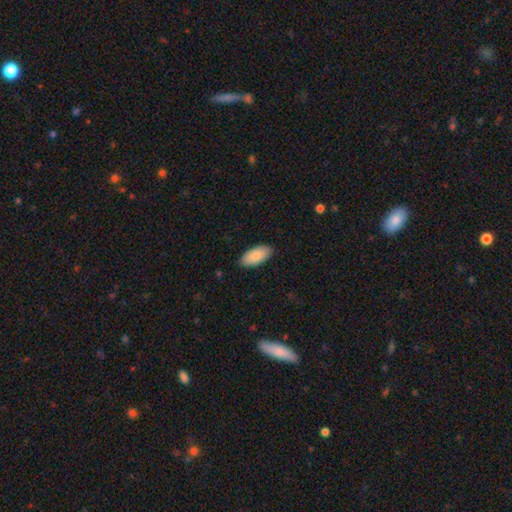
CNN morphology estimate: smooth_or_featured: smooth (p=0.86) [alt: featured or disk p=0.08]
how_rounded: in between (p=0.94) [alt: cigar-shaped p=0.05]
merging: none (p=0.87) [alt: minor disturbance p=0.10]